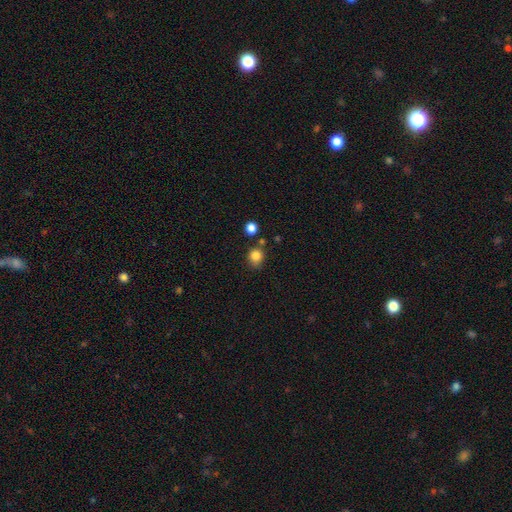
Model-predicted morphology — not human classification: A smooth galaxy with no disk features (84%) that is round (76%). Merging: none (72%).